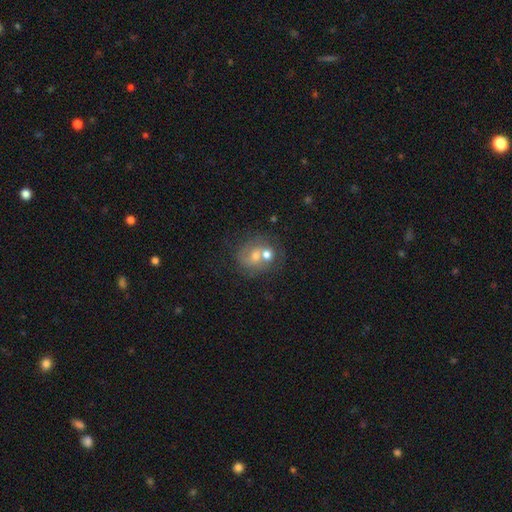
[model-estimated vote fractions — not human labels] Morphology: type=smooth (46%); merging=merger (45%).